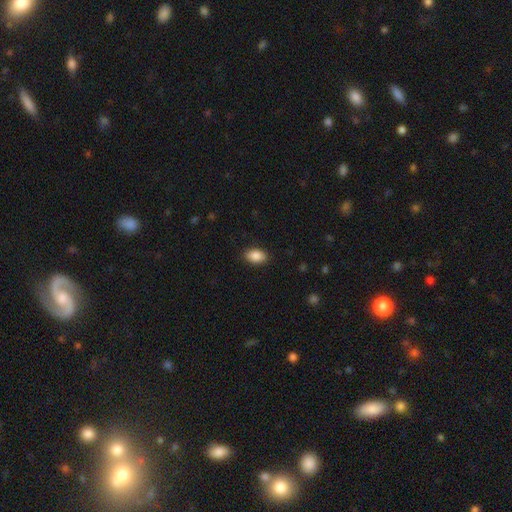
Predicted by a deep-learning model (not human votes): Smooth or featured?
  - smooth: 88% *
  - star or artifact: 7%
  - featured or disk: 4%
How rounded?
  - in between: 91% *
  - round: 8%
  - cigar-shaped: 2%
Merging?
  - none: 88% *
  - minor disturbance: 9%
  - major disturbance: 2%
  - merger: 1%